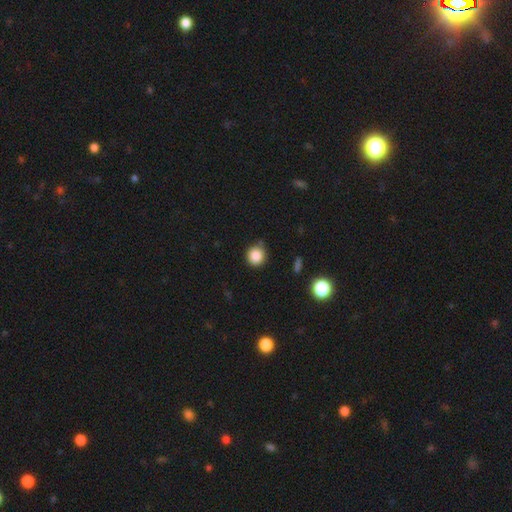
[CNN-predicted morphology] Smooth or featured?
  - smooth: 86% *
  - star or artifact: 10%
  - featured or disk: 4%
How rounded?
  - round: 90% *
  - in between: 9%
  - cigar-shaped: 1%
Merging?
  - none: 81% *
  - minor disturbance: 14%
  - merger: 3%
  - major disturbance: 3%